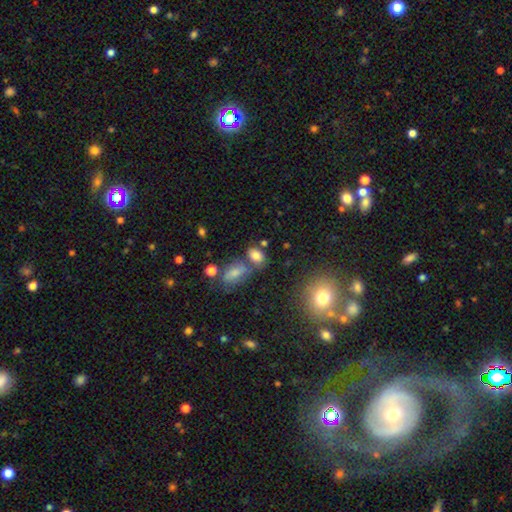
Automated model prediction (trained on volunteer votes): This appears to be a smooth galaxy with no disk features (76%) that is in between round and cigar-shaped (80%). Merging: none (54%).